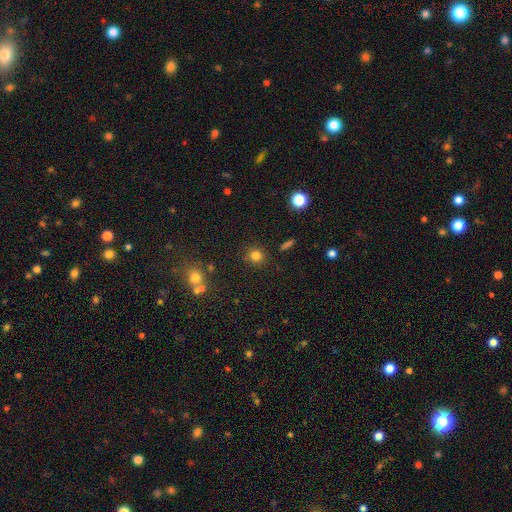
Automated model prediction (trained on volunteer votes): Q: Smooth or featured?
A: smooth (79%); runner-up: star or artifact (15%)
Q: How rounded?
A: round (89%); runner-up: in between (10%)
Q: Merging?
A: none (86%); runner-up: minor disturbance (8%)